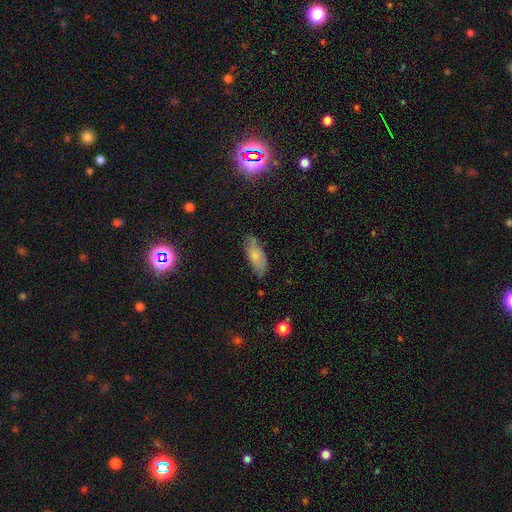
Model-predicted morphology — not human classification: Overall: smooth (74%). How rounded: in between (74%). Merging: none (69%).